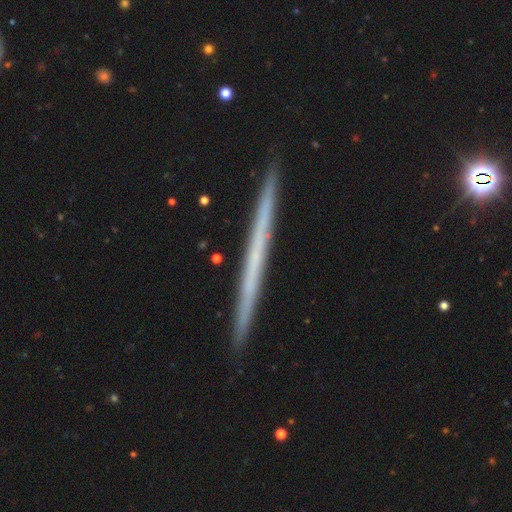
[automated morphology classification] A featured or disk galaxy (62%) viewed edge-on (97%) with no central bulge (94%).

Vote fractions:
- Smooth or featured? featured or disk: 62% / smooth: 32% / star or artifact: 7%
- Edge-on disk? yes: 97% / no: 3%
- Edge-on bulge? none: 94% / rounded: 4% / boxy: 2%
- Merging? none: 92% / minor disturbance: 6% / major disturbance: 1% / merger: 1%